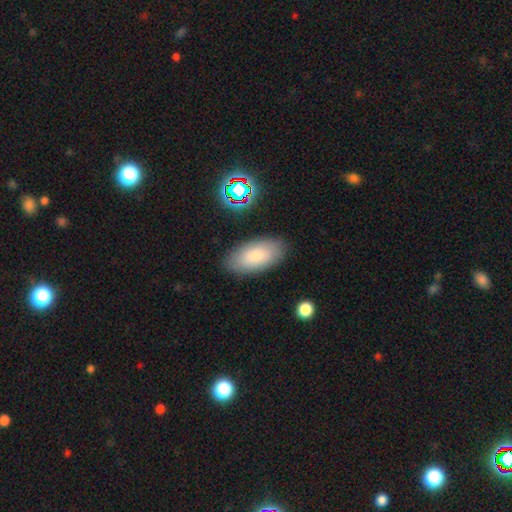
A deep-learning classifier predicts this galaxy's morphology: This appears to be a smooth galaxy with no disk features (78%) that is in between round and cigar-shaped (93%). Merging: none (85%).